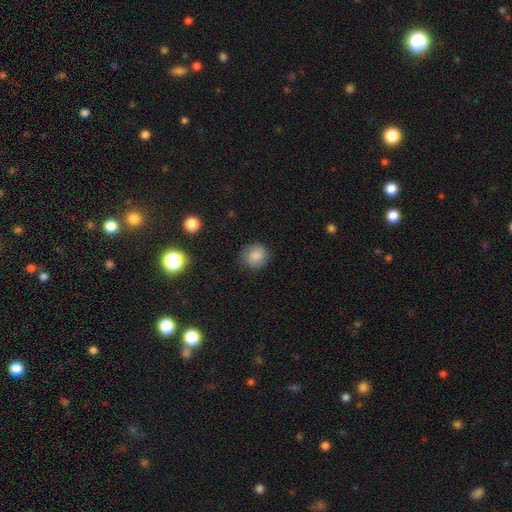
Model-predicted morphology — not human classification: type=smooth (83%); roundness=round (84%); merging=none (81%).